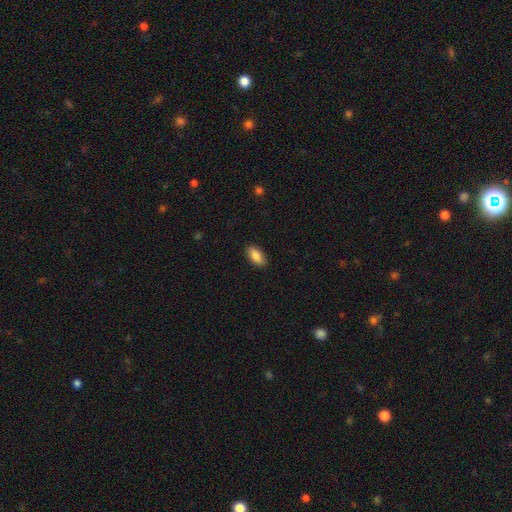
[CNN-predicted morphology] smooth-or-featured: smooth: 87% | star or artifact: 7% | featured or disk: 6%
  how-rounded: in between: 91% | cigar-shaped: 7% | round: 3%
  merging: none: 89% | minor disturbance: 8% | major disturbance: 2% | merger: 1%